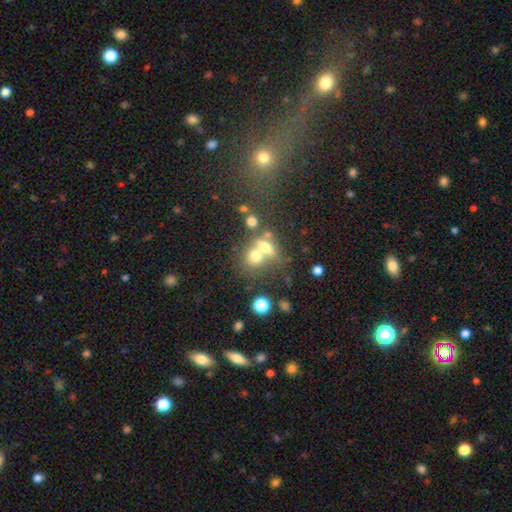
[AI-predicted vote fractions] A smooth galaxy with no disk features (66%) that is round (48%, tied with in between). Merging: merger (56%).